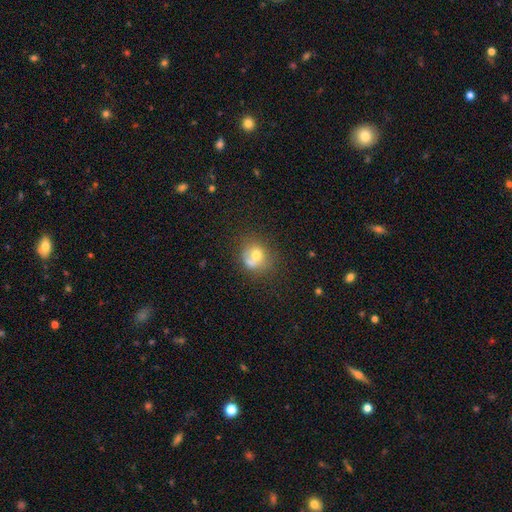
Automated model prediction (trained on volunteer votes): Smooth or featured: smooth — 64% (featured or disk — 24%)
How rounded: round — 73% (in between — 26%)
Merging: merger — 40% (none — 36%)